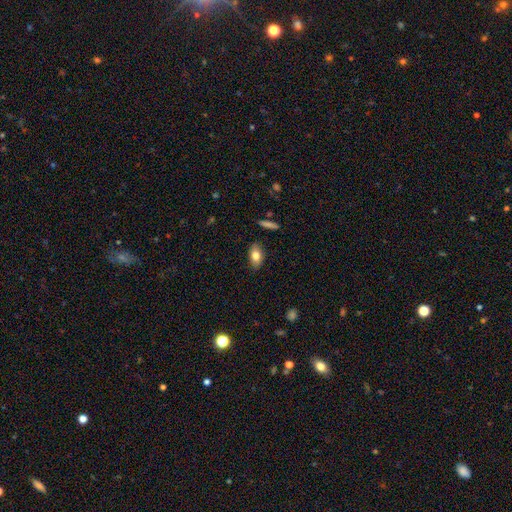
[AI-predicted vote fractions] smooth_or_featured: smooth (p=0.77) [alt: featured or disk p=0.15]
how_rounded: in between (p=0.89) [alt: round p=0.07]
merging: none (p=0.87) [alt: minor disturbance p=0.10]